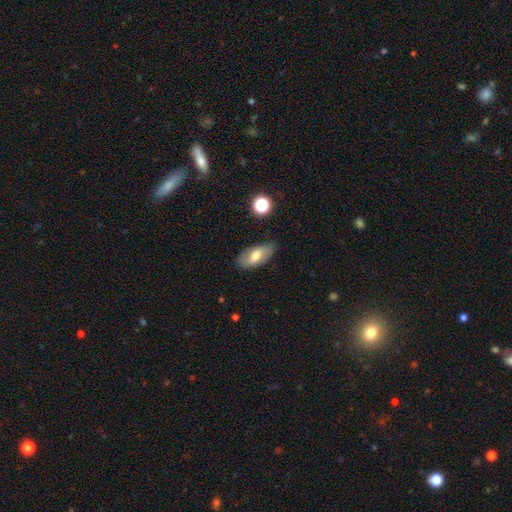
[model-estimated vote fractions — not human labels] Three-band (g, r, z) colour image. It shows a smooth galaxy with no disk features (53%) that is in between round and cigar-shaped (90%). Merging: none (80%).